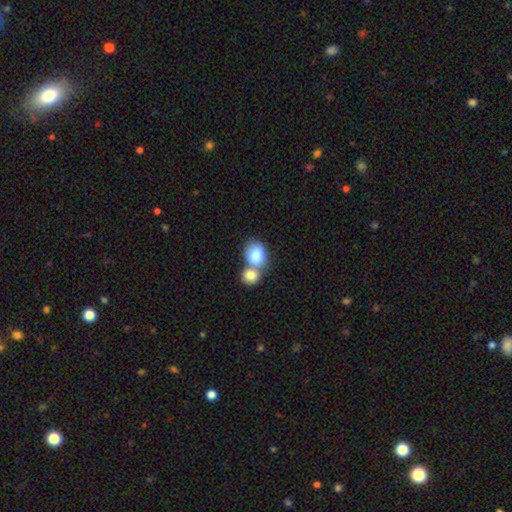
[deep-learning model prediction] smooth_or_featured: smooth (p=0.83) [alt: featured or disk p=0.10]
how_rounded: in between (p=0.56) [alt: round p=0.43]
merging: merger (p=0.64) [alt: none p=0.25]